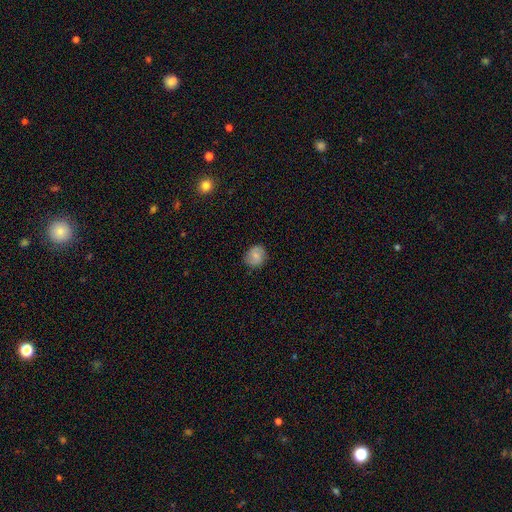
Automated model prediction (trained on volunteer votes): Smooth or featured: smooth — 66% (featured or disk — 25%)
How rounded: round — 73% (in between — 26%)
Merging: none — 84% (minor disturbance — 12%)